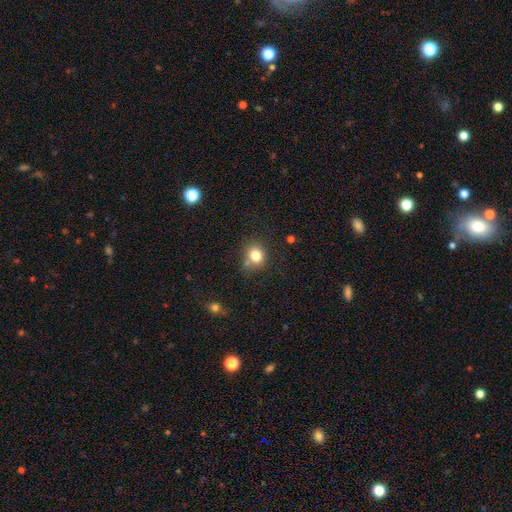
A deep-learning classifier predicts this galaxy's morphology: type=smooth (80%); roundness=round (70%); merging=none (66%).